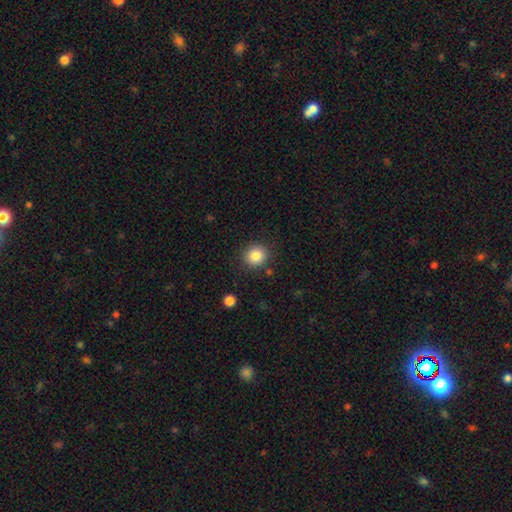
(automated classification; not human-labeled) Smooth or featured? Predicted: smooth (p=0.84). How rounded? Predicted: round (p=0.89). Merging? Predicted: none (p=0.88).